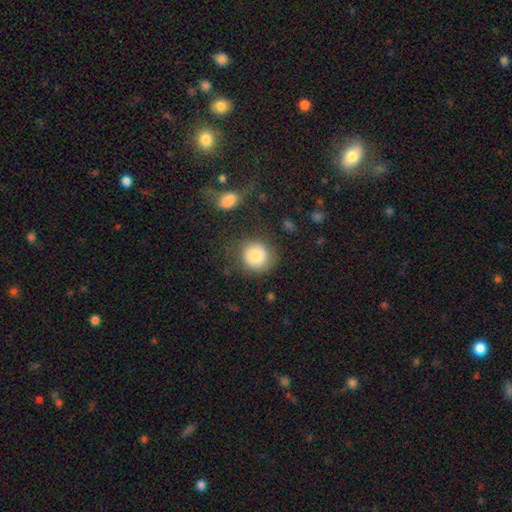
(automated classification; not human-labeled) This appears to be a smooth galaxy with no disk features (81%) that is round (87%). Merging: none (70%).